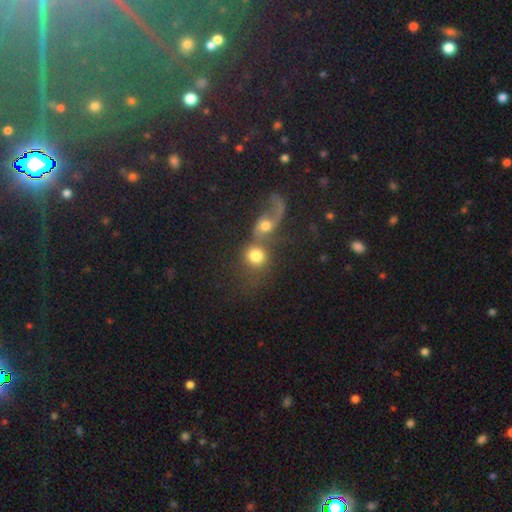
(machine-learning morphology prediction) smooth-or-featured: smooth: 66% | featured or disk: 22% | star or artifact: 11%
  how-rounded: round: 79% | in between: 19% | cigar-shaped: 2%
  merging: merger: 63% | none: 20% | major disturbance: 10% | minor disturbance: 6%